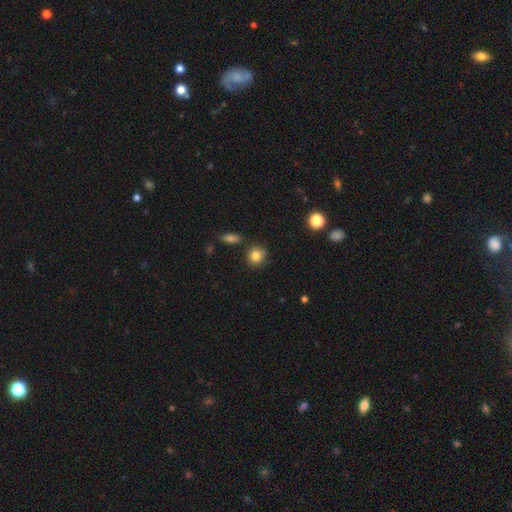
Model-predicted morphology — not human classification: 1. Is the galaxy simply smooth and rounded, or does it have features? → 84% smooth, 10% star or artifact, 7% featured or disk.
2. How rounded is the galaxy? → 85% round, 14% in between, 1% cigar-shaped.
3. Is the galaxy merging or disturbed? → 83% none, 11% minor disturbance, 4% merger, 3% major disturbance.